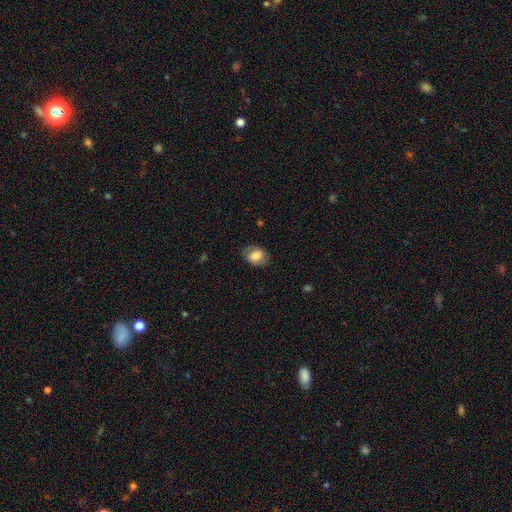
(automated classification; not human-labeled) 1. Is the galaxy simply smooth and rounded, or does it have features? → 67% smooth, 25% featured or disk, 8% star or artifact.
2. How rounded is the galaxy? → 74% in between, 24% round, 1% cigar-shaped.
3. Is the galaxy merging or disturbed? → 75% none, 17% minor disturbance, 6% major disturbance, 1% merger.